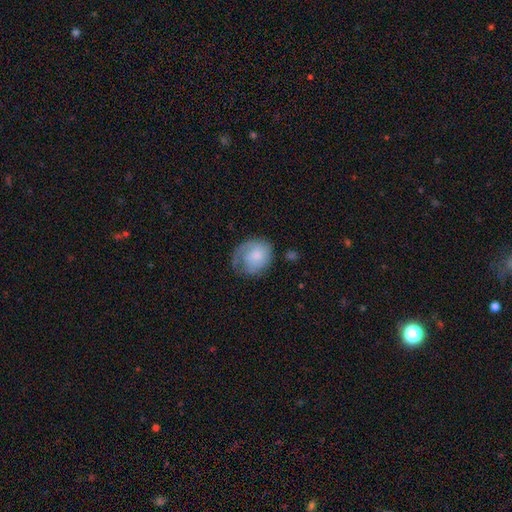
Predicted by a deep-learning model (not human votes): This is possibly a smooth galaxy (55%). How rounded: likely round (61%). Merging: marginally none (44%).